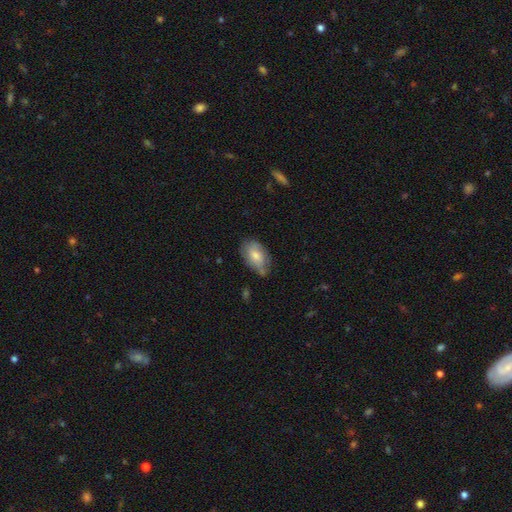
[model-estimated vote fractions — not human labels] A smooth galaxy with no disk features (74%) that is in between round and cigar-shaped (91%).

Vote fractions:
- Smooth or featured? smooth: 74% / featured or disk: 19% / star or artifact: 7%
- How rounded? in between: 91% / round: 7% / cigar-shaped: 2%
- Merging? none: 61% / minor disturbance: 28% / major disturbance: 6% / merger: 5%